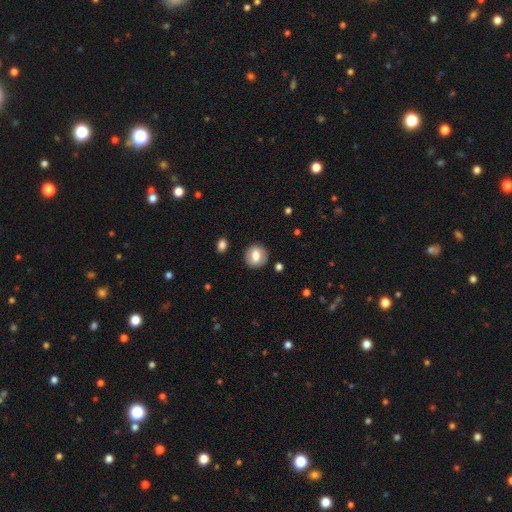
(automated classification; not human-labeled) Smooth or featured: smooth — 64% (featured or disk — 28%)
How rounded: round — 77% (in between — 22%)
Merging: none — 84% (minor disturbance — 10%)